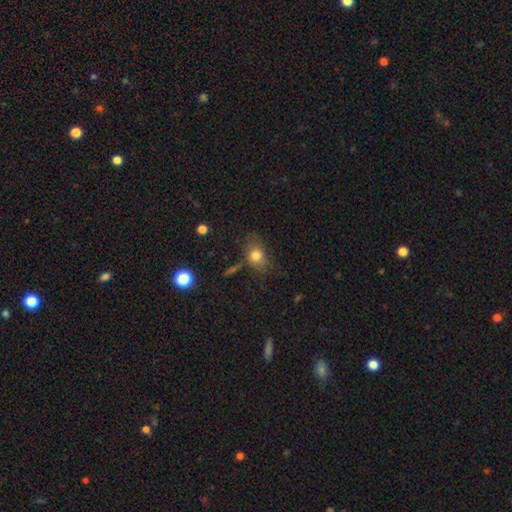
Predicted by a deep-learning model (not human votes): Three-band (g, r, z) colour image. It shows a smooth galaxy with no disk features (77%) that is in between round and cigar-shaped (54%). Merging: none (60%).